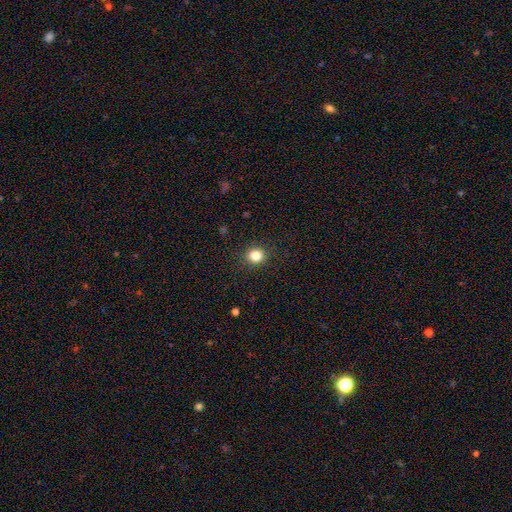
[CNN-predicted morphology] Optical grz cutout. It shows a smooth galaxy with no disk features (83%) that is round (82%). Merging: none (90%).